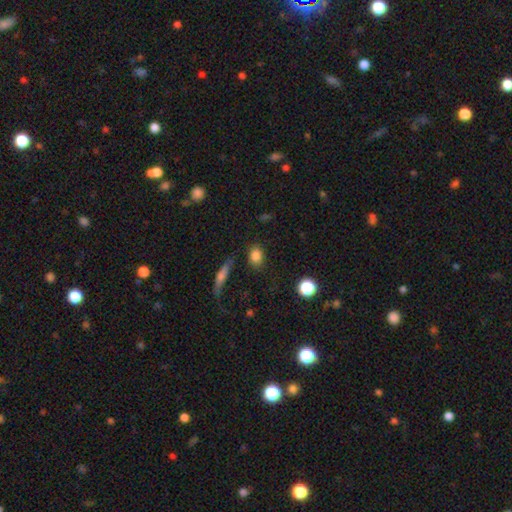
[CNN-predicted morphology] type=smooth (83%); roundness=in between (63%); merging=none (81%).